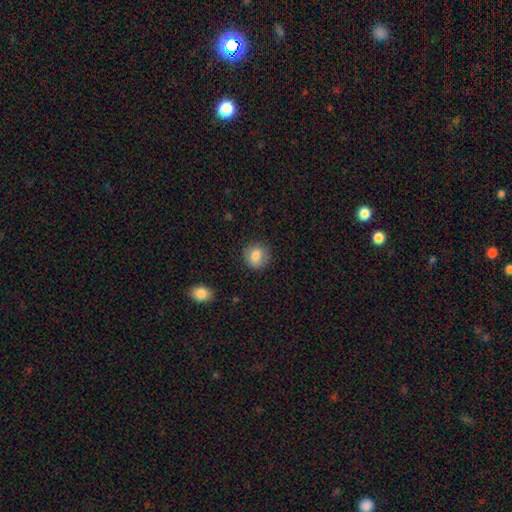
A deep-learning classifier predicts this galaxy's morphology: smooth 82%, featured or disk 9%, star or artifact 9%. Down the decision tree: how rounded — round (82%); merging — none (82%).